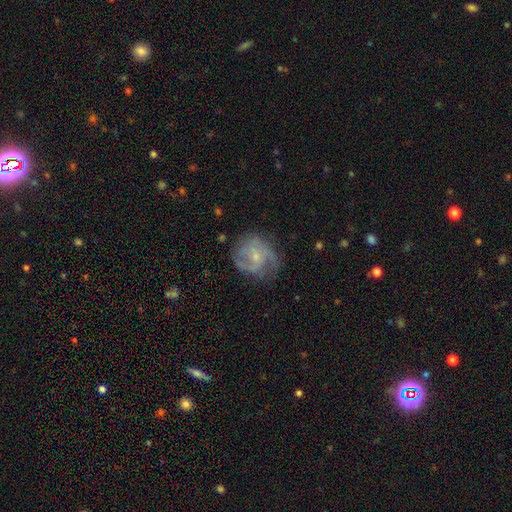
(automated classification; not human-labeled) Q: Smooth or featured?
A: featured or disk (71%); runner-up: smooth (22%)
Q: Edge-on disk?
A: no (98%); runner-up: yes (2%)
Q: Bar?
A: no (64%); runner-up: weak (31%)
Q: Spiral arms?
A: yes (86%); runner-up: no (14%)
Q: Spiral winding?
A: medium (46%); runner-up: tight (33%)
Q: Spiral arm count?
A: 2 (39%); runner-up: can't tell (25%)
Q: Bulge size?
A: small (70%); runner-up: moderate (23%)
Q: Merging?
A: none (60%); runner-up: minor disturbance (23%)